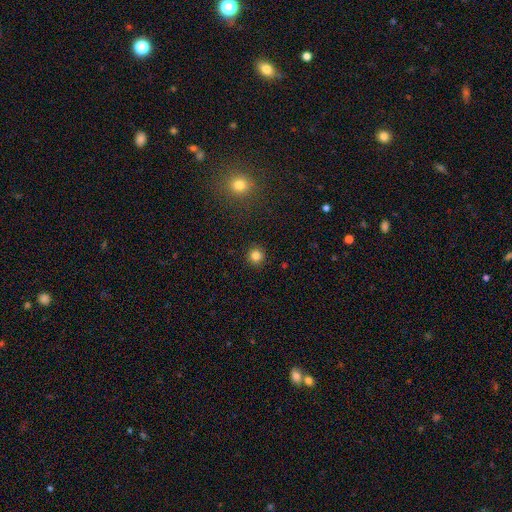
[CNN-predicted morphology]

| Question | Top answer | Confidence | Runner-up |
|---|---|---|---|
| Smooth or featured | smooth | 83% | star or artifact (12%) |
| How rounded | round | 95% | in between (4%) |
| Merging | none | 92% | minor disturbance (5%) |